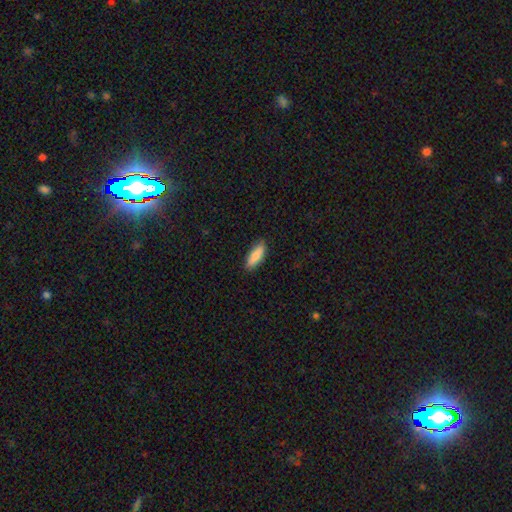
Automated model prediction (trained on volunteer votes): smooth 85%, featured or disk 9%, star or artifact 6%. Down the decision tree: how rounded — in between (61%); merging — none (87%).